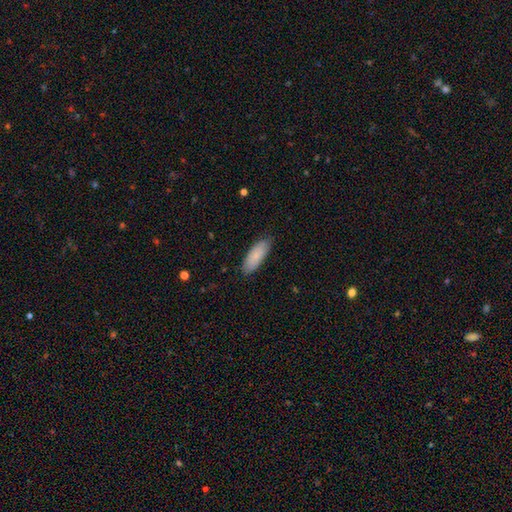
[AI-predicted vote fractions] Smooth or featured?
  - smooth: 83% *
  - featured or disk: 11%
  - star or artifact: 6%
How rounded?
  - in between: 69% *
  - cigar-shaped: 29%
  - round: 2%
Merging?
  - none: 85% *
  - minor disturbance: 12%
  - major disturbance: 2%
  - merger: 1%